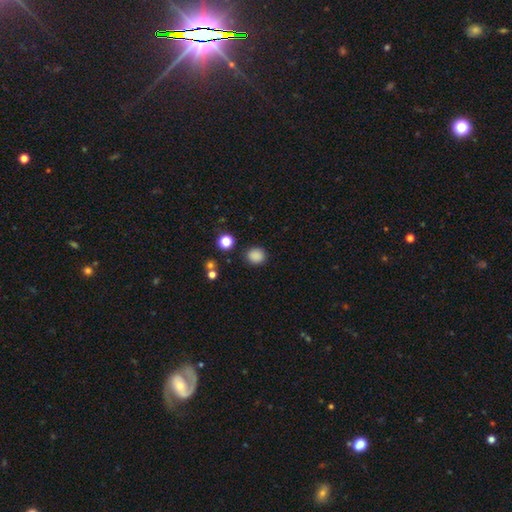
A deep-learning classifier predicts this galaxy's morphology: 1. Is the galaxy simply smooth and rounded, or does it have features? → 86% smooth, 11% star or artifact, 3% featured or disk.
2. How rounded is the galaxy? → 82% round, 17% in between, 1% cigar-shaped.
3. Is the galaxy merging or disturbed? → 87% none, 8% minor disturbance, 3% major disturbance, 2% merger.